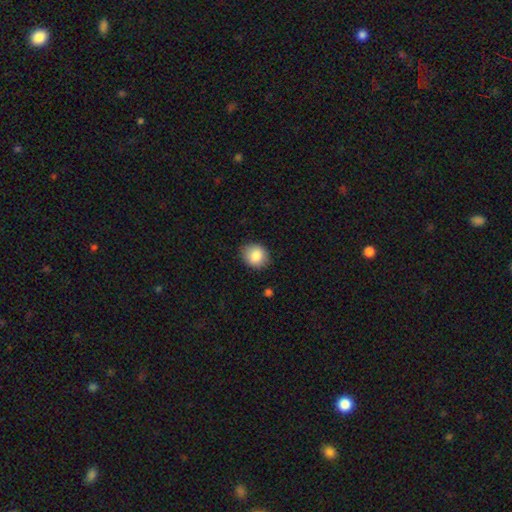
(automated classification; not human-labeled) A smooth galaxy with no disk features (86%) that is round (66%).

Vote fractions:
- Smooth or featured? smooth: 86% / star or artifact: 8% / featured or disk: 6%
- How rounded? round: 66% / in between: 33% / cigar-shaped: 1%
- Merging? none: 81% / minor disturbance: 14% / major disturbance: 3% / merger: 1%